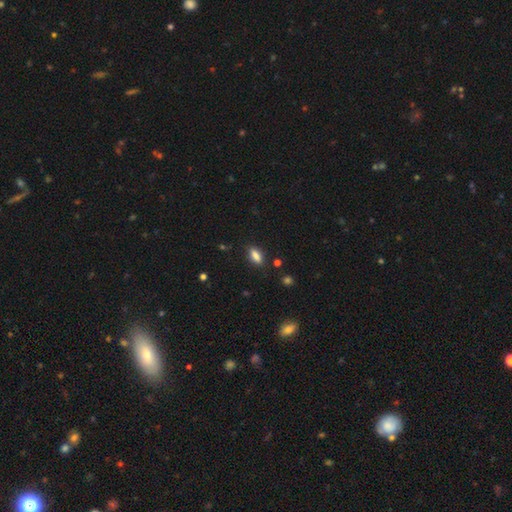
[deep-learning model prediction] A smooth galaxy with no disk features (81%) that is in between round and cigar-shaped (74%).

Vote fractions:
- Smooth or featured? smooth: 81% / featured or disk: 10% / star or artifact: 9%
- How rounded? in between: 74% / cigar-shaped: 23% / round: 4%
- Merging? none: 83% / minor disturbance: 12% / major disturbance: 3% / merger: 2%